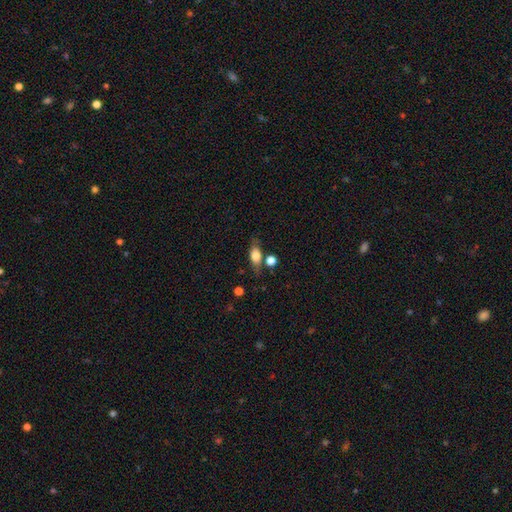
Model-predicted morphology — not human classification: smooth 69%, featured or disk 23%, star or artifact 8%. Down the decision tree: how rounded — in between (72%); merging — none (68%).